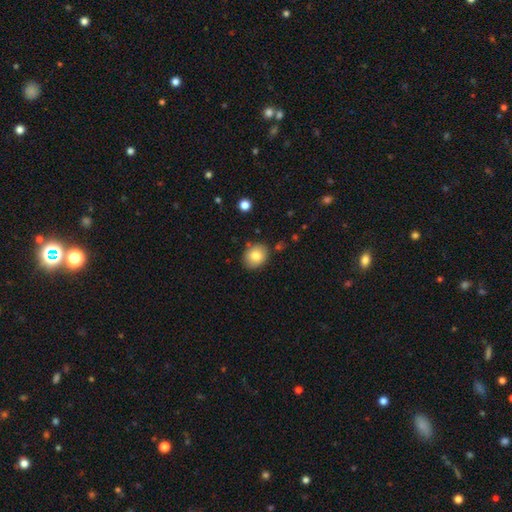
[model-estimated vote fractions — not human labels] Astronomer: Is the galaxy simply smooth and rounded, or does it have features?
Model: smooth — 81%.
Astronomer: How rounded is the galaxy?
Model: round — 57% (runner-up: in between, 42%).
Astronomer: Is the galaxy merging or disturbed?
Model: none — 83%.